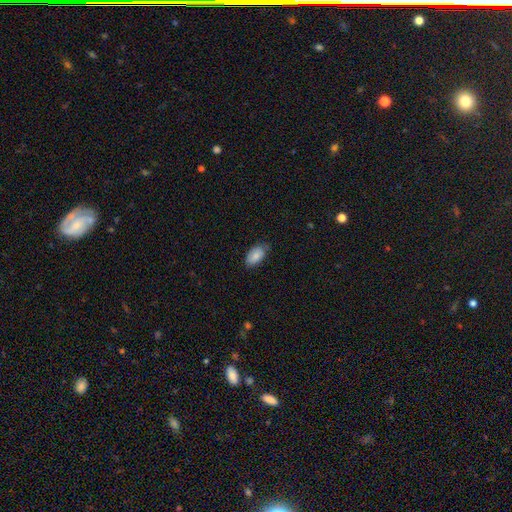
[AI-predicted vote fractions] Overall: smooth (82%). How rounded: in between (94%). Merging: none (71%).